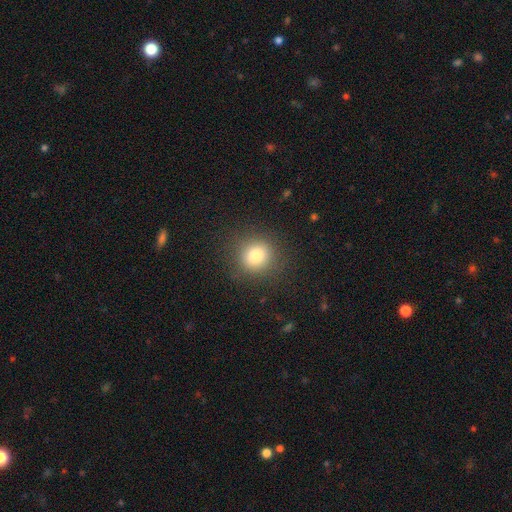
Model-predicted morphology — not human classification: type=smooth (80%); roundness=round (89%); merging=none (88%).